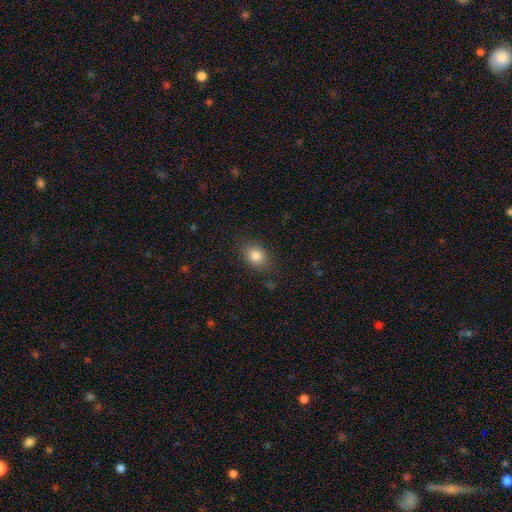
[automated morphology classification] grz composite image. It shows a smooth galaxy with no disk features (84%) that is in between round and cigar-shaped (54%). Merging: none (81%).